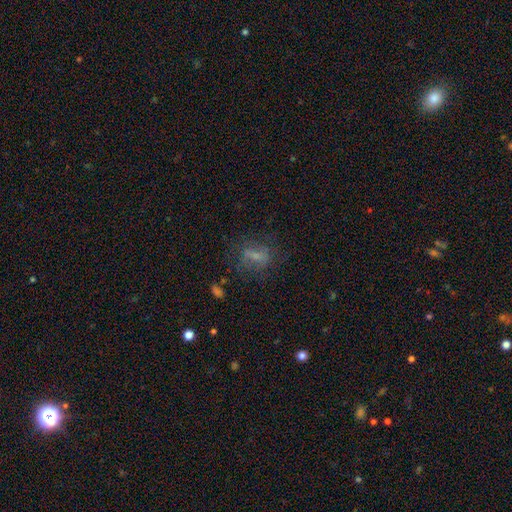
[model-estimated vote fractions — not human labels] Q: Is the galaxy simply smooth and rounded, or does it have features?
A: smooth — 52%.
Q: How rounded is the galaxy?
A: in between — 59%.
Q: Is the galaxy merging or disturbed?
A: none — 60%.